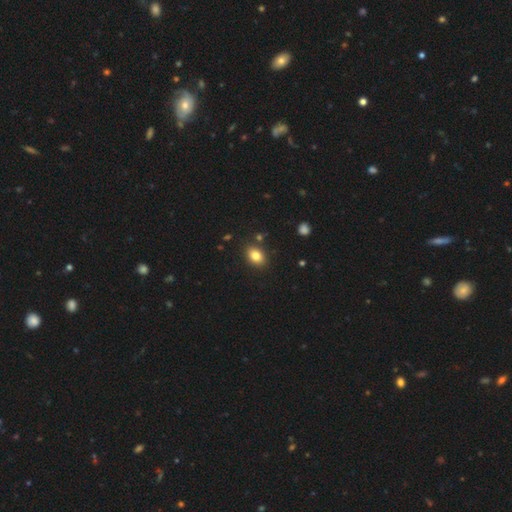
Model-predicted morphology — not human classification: Overall: smooth (82%). How rounded: in between (74%). Merging: none (86%).